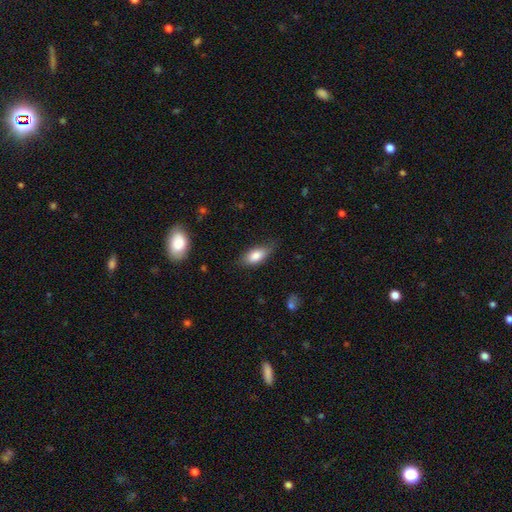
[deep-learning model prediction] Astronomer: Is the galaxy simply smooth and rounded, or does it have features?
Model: smooth — 81%.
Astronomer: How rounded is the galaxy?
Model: in between — 85%.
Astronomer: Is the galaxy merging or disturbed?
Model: none — 71%.